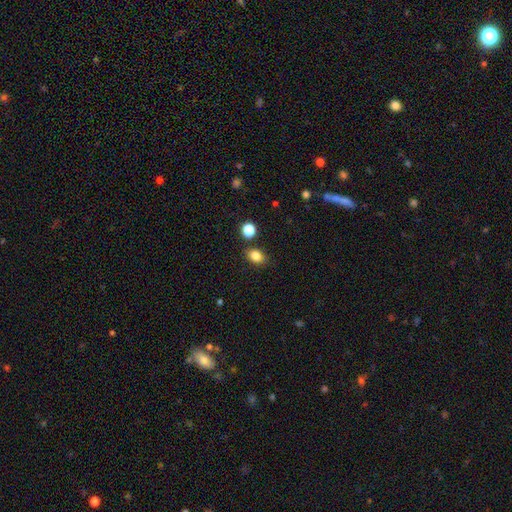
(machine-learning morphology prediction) The model was most divided on "how rounded": in between: 73%, round: 26%, cigar-shaped: 1%. More confident: smooth or featured — smooth (84%); merging — none (80%).